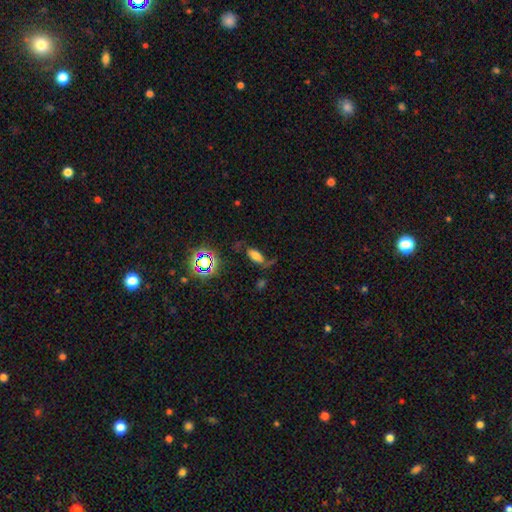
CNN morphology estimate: Overall: smooth (54%; featured or disk 27%). How rounded: in between (80%). Merging: none (55%; minor disturbance 21%).